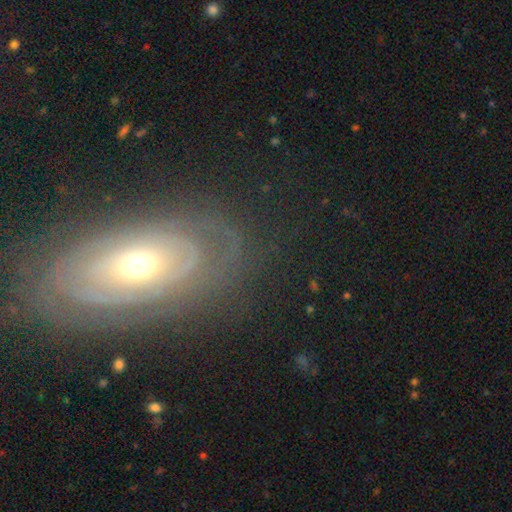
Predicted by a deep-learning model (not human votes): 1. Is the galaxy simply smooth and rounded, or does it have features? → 78% featured or disk, 14% smooth, 8% star or artifact.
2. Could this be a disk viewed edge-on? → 92% no, 8% yes.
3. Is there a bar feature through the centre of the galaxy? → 78% no, 15% weak, 7% strong.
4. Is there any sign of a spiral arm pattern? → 74% yes, 26% no.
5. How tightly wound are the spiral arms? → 78% tight, 16% medium, 6% loose.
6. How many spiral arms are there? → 49% can't tell, 21% 2, 10% 3, 7% 4, 7% more than 4, 6% 1.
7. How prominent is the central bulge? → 65% moderate, 25% small, 7% large, 2% dominant, 1% none.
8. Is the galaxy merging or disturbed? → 78% none, 13% minor disturbance, 7% major disturbance, 2% merger.